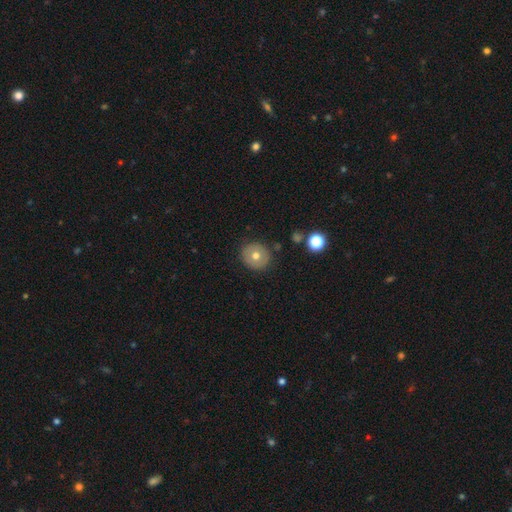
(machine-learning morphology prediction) Smooth or featured? smooth (66%)
How rounded? round (89%)
Merging? none (88%)